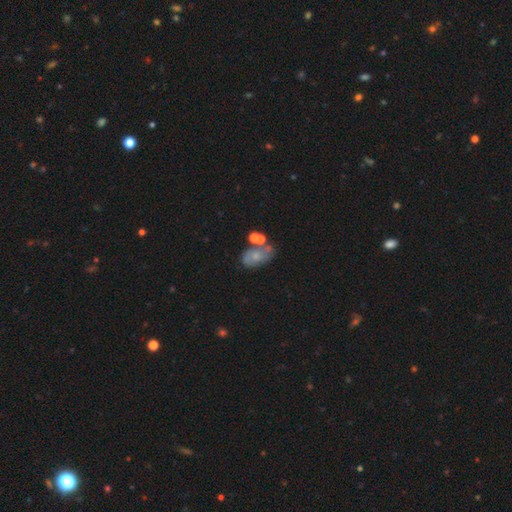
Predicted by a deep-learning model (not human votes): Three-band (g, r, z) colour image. It shows a smooth galaxy with no disk features (47%). Merging: none (40%).